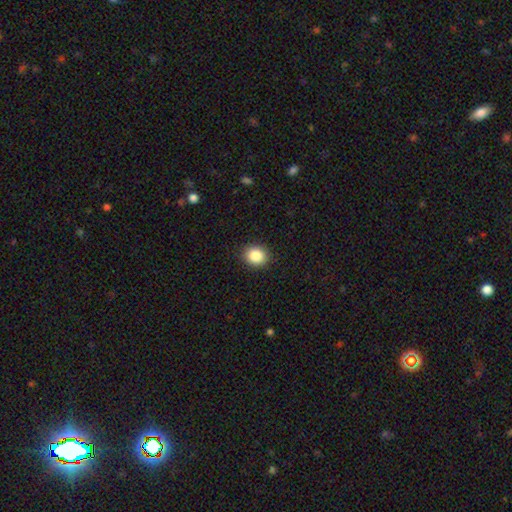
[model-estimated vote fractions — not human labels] Smooth or featured? Predicted: smooth (p=0.86). How rounded? Predicted: round (p=0.67). Merging? Predicted: none (p=0.91).